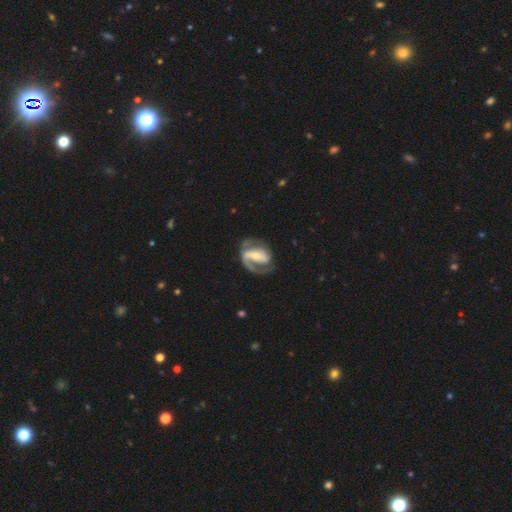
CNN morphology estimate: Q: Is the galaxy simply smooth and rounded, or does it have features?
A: featured or disk — 85%.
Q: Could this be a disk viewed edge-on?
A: no — 97%.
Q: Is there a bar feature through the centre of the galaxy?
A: strong — 48%.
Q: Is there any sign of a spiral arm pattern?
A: yes — 94%.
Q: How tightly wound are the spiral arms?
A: medium — 47%.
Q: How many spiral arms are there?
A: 2 — 66%.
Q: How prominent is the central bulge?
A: small — 47%.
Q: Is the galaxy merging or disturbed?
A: none — 61%.